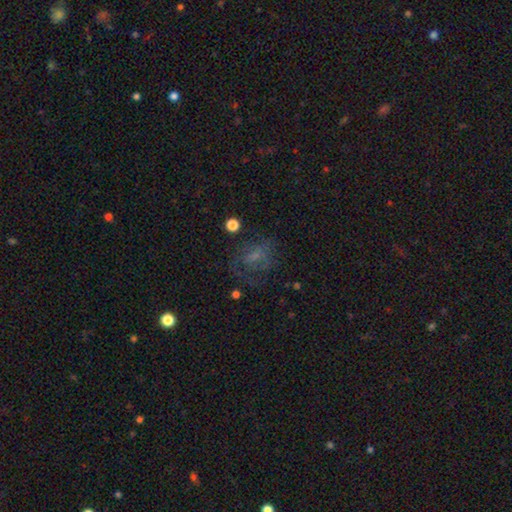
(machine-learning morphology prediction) smooth 41%, featured or disk 40%, star or artifact 19%. Down the decision tree: merging — none (48%).